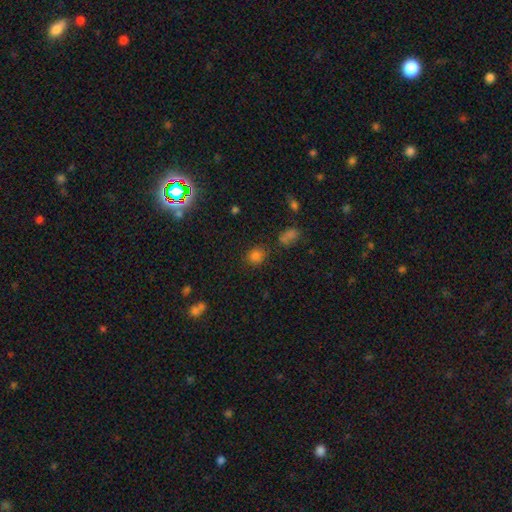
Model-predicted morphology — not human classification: Q: Smooth or featured?
A: smooth (78%); runner-up: star or artifact (17%)
Q: How rounded?
A: round (71%); runner-up: in between (28%)
Q: Merging?
A: none (80%); runner-up: minor disturbance (11%)